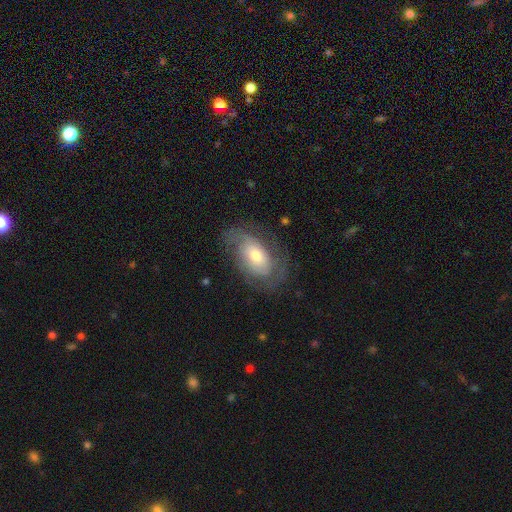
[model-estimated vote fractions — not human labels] featured or disk 67%, smooth 26%, star or artifact 6%. Down the decision tree: edge-on disk — no (95%); bar — no (67%); spiral arms — yes (86%); spiral arm count — 2 (55%); spiral winding — tight (44%); bulge size — moderate (56%); merging — none (67%).